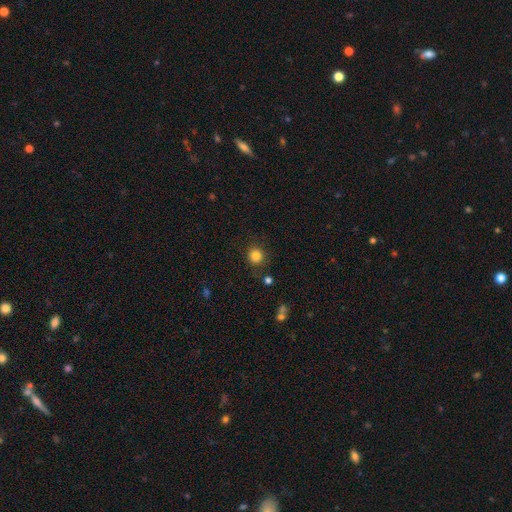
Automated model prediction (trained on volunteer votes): A smooth galaxy with no disk features (84%) that is round (92%).

Vote fractions:
- Smooth or featured? smooth: 84% / star or artifact: 12% / featured or disk: 5%
- How rounded? round: 92% / in between: 7% / cigar-shaped: 1%
- Merging? none: 86% / minor disturbance: 8% / major disturbance: 3% / merger: 2%